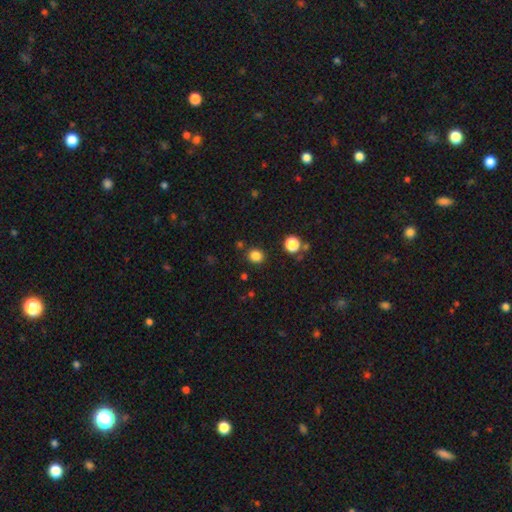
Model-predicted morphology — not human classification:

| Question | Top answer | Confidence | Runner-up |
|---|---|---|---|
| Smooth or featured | smooth | 83% | star or artifact (14%) |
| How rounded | round | 86% | in between (14%) |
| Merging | none | 87% | minor disturbance (7%) |